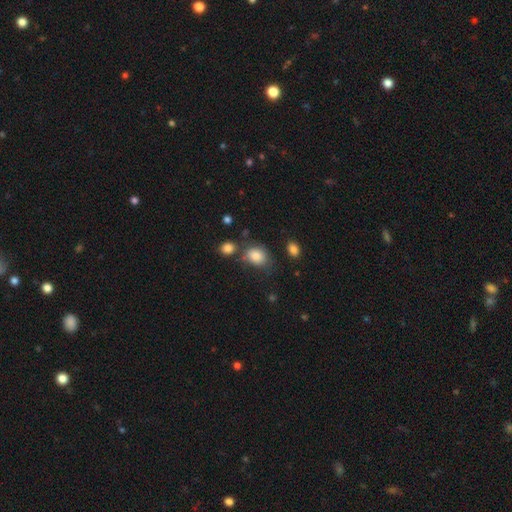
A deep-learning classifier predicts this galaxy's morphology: This is clearly a smooth galaxy (84%). How rounded: possibly in between (53%). Merging: possibly none (58%).